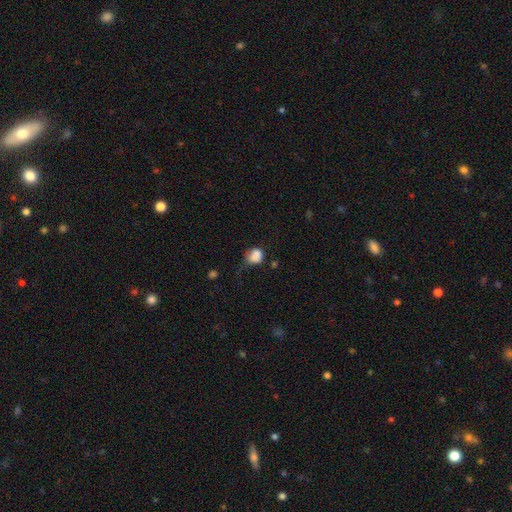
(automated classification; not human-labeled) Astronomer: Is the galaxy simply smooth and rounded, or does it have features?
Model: smooth — 81%.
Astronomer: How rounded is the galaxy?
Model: round — 64%.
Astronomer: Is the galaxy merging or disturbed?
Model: minor disturbance — 36% (runner-up: none, 35%).